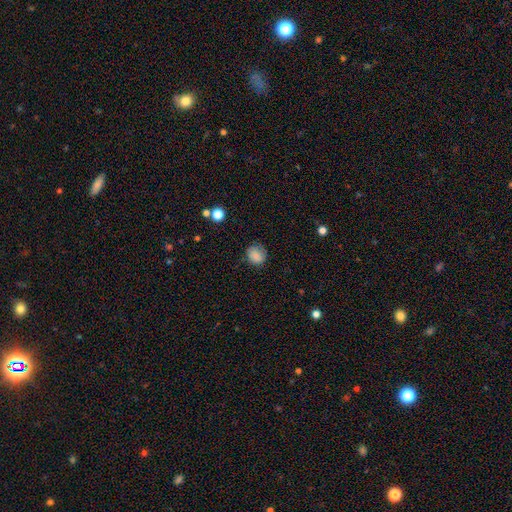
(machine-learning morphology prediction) Overall: smooth (83%). How rounded: round (76%). Merging: none (74%).